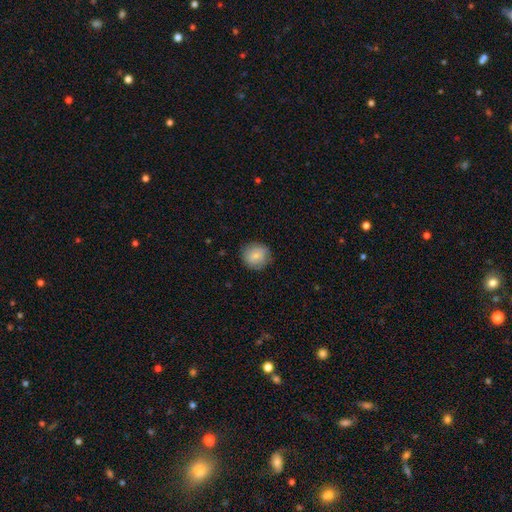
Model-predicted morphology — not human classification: smooth_or_featured: smooth (p=0.81) [alt: featured or disk p=0.12]
how_rounded: round (p=0.87) [alt: in between p=0.12]
merging: none (p=0.83) [alt: minor disturbance p=0.13]